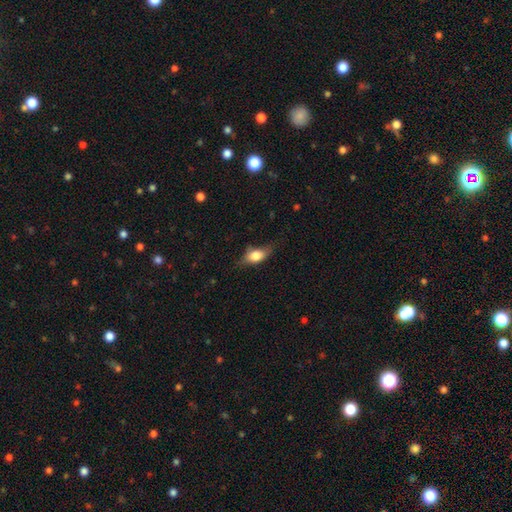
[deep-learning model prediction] Smooth or featured? smooth (68%)
How rounded? in between (78%)
Merging? none (61%)